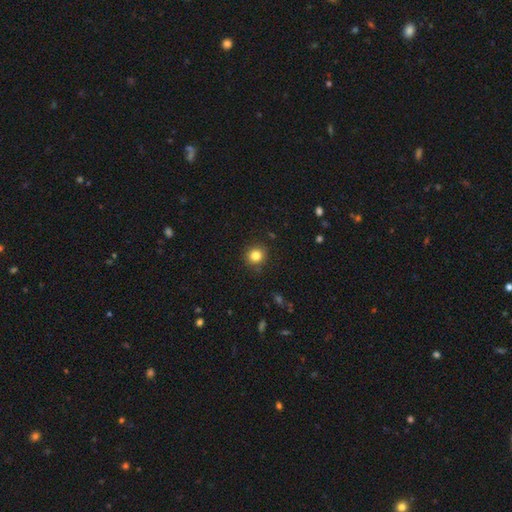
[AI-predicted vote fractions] Smooth or featured? smooth (82%)
How rounded? round (92%)
Merging? none (90%)